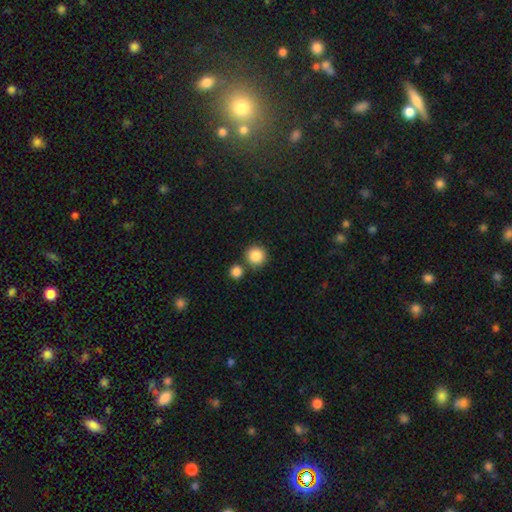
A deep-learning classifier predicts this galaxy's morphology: Smooth or featured: smooth — 86% (star or artifact — 9%)
How rounded: round — 94% (in between — 5%)
Merging: none — 76% (merger — 14%)